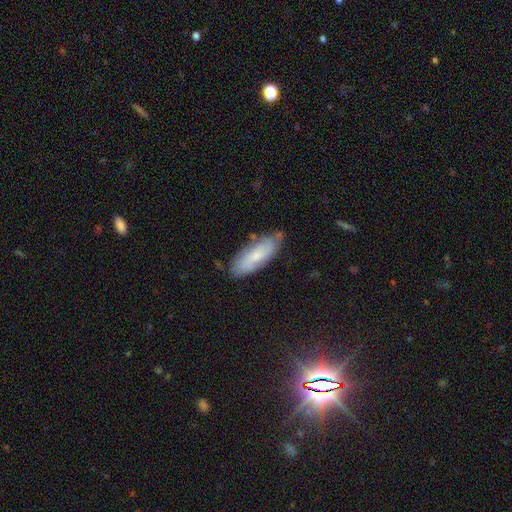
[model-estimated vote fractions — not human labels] A smooth galaxy with no disk features (58%) that is in between round and cigar-shaped (64%). Merging: none (72%).